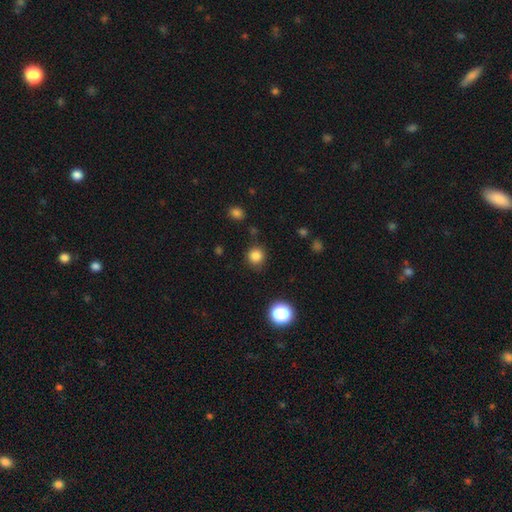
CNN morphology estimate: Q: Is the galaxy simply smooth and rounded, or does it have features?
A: smooth — 83%.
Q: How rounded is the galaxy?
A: round — 90%.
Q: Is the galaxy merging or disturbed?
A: none — 85%.